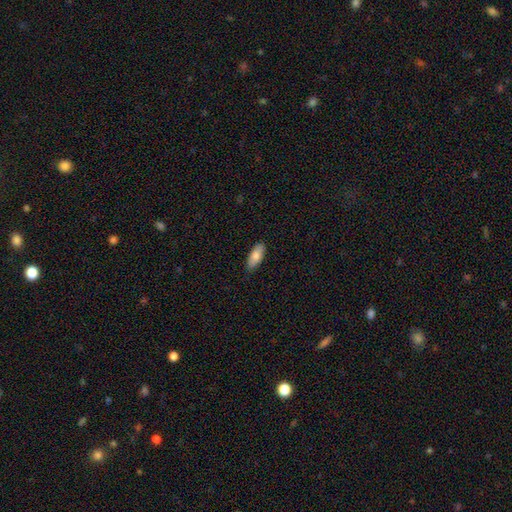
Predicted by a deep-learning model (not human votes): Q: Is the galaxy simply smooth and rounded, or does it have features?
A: smooth — 79%.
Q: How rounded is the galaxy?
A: in between — 82%.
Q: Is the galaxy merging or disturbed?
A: none — 86%.